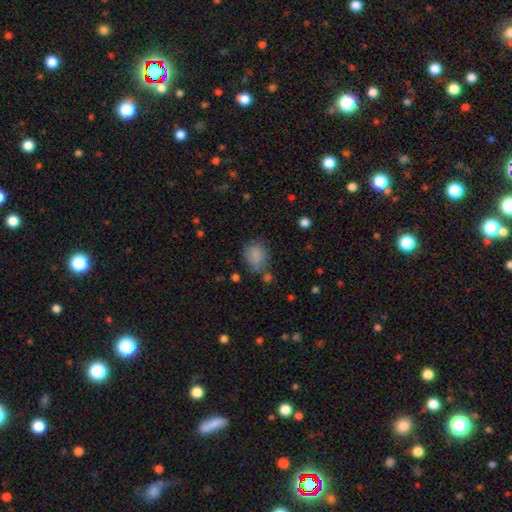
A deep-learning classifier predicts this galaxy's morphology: Smooth or featured?
  - smooth: 82% *
  - star or artifact: 10%
  - featured or disk: 8%
How rounded?
  - in between: 58% *
  - round: 41%
  - cigar-shaped: 1%
Merging?
  - none: 57% *
  - minor disturbance: 25%
  - major disturbance: 10%
  - merger: 8%